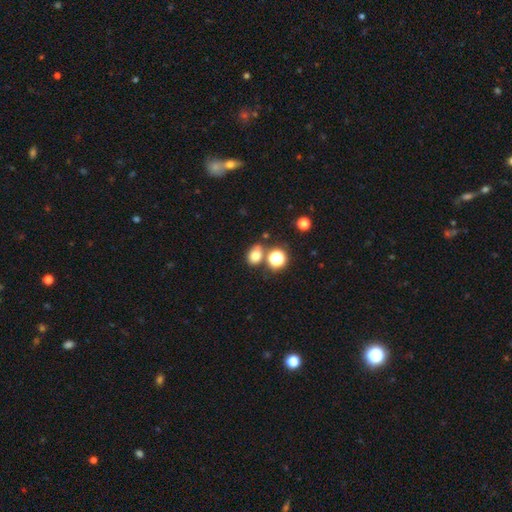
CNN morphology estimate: Smooth or featured?
  - smooth: 74% *
  - star or artifact: 17%
  - featured or disk: 9%
How rounded?
  - in between: 56% *
  - round: 43%
  - cigar-shaped: 1%
Merging?
  - none: 65% *
  - merger: 17%
  - minor disturbance: 13%
  - major disturbance: 4%